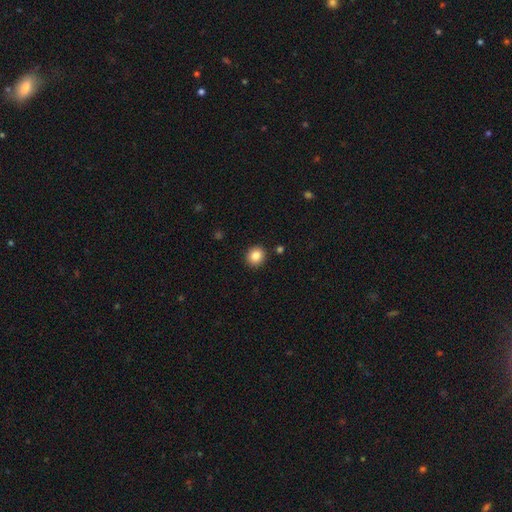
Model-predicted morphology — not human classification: smooth 85%, star or artifact 10%, featured or disk 6%. Down the decision tree: how rounded — round (87%); merging — none (91%).